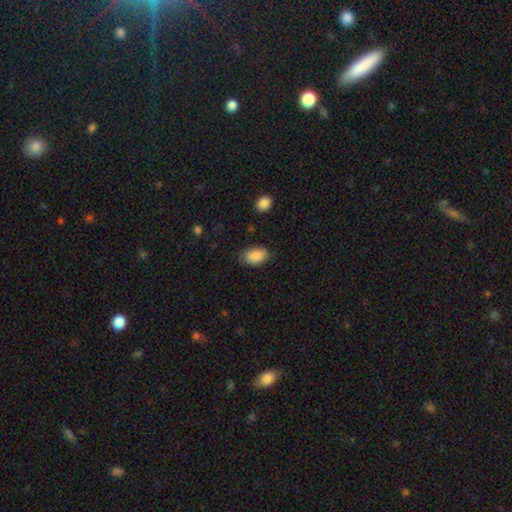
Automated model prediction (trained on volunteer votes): Smooth or featured?
  - smooth: 88% *
  - star or artifact: 7%
  - featured or disk: 5%
How rounded?
  - in between: 91% *
  - round: 8%
  - cigar-shaped: 1%
Merging?
  - none: 78% *
  - minor disturbance: 17%
  - major disturbance: 4%
  - merger: 1%